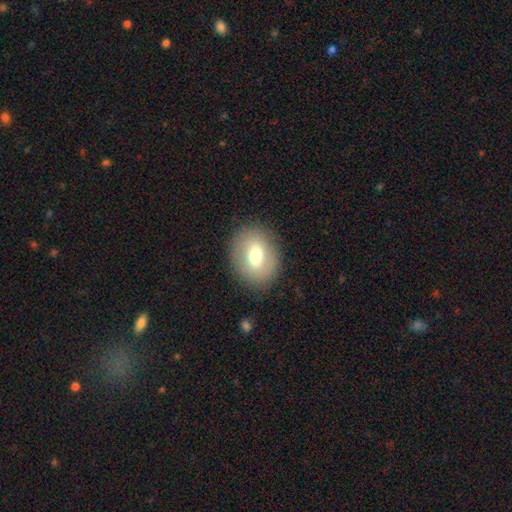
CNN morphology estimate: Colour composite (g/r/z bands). It shows a smooth galaxy with no disk features (64%) that is in between round and cigar-shaped (53%). Merging: none (85%).